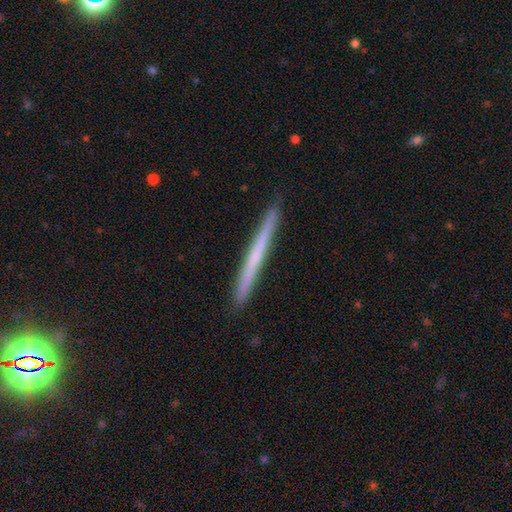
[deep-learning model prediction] A smooth galaxy with no disk features (49%). Merging: none (92%).